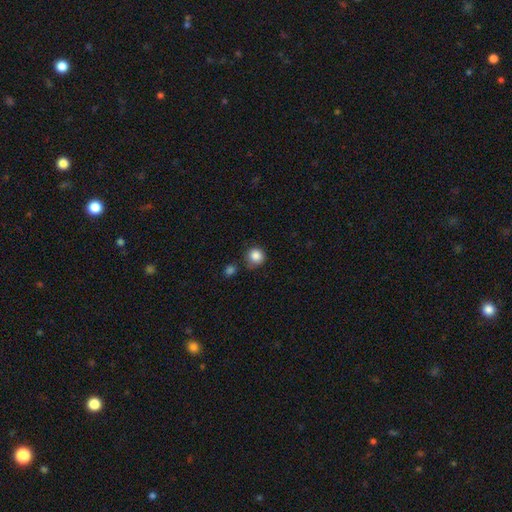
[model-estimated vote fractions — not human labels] This is clearly a smooth galaxy (86%). How rounded: clearly round (91%). Merging: likely none (72%).